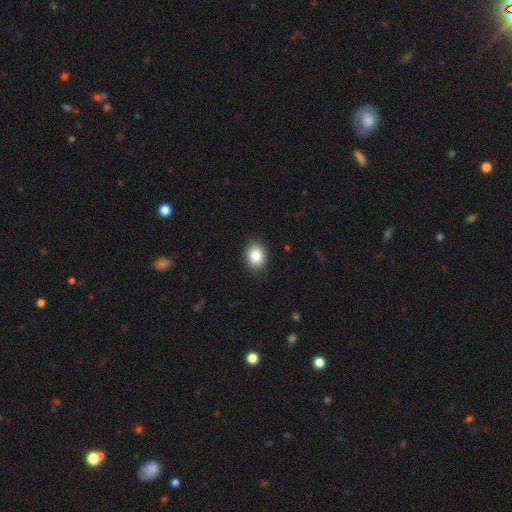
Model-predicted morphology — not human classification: smooth 87%, star or artifact 8%, featured or disk 5%. Down the decision tree: how rounded — in between (63%); merging — none (88%).